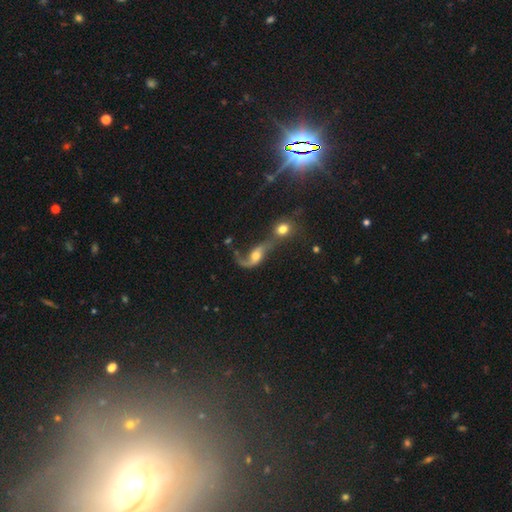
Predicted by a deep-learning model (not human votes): Morphology: type=featured or disk (69%); edge-on=no (93%); bar=no (58%); spiral arms=yes (86%); winding=loose (82%); arm count=2 (55%); bulge=moderate (57%); merging=merger (52%).